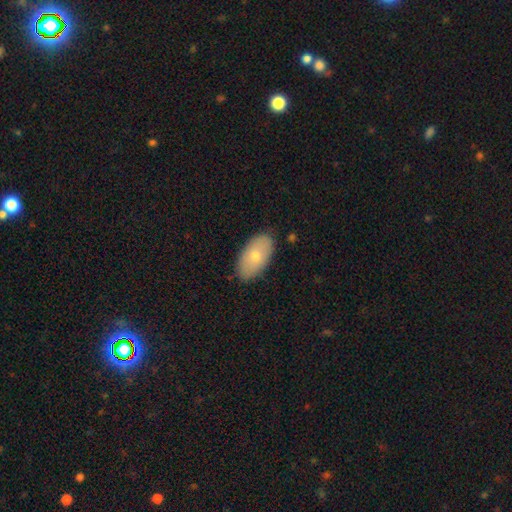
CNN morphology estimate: Overall: smooth (70%). How rounded: in between (94%). Merging: none (86%).